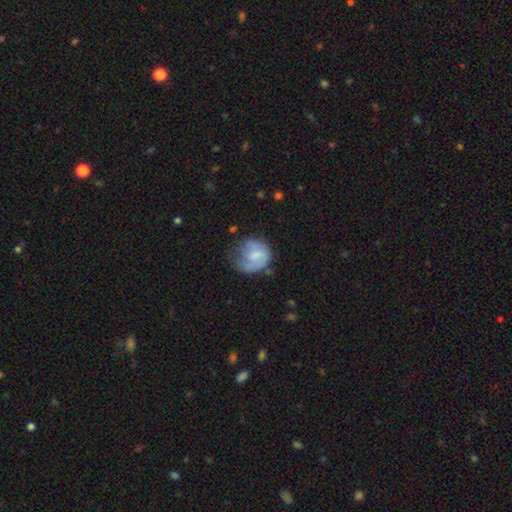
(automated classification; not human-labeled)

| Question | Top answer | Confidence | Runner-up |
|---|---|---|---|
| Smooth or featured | smooth | 53% | featured or disk (40%) |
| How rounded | round | 72% | in between (27%) |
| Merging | none | 40% | minor disturbance (30%) |